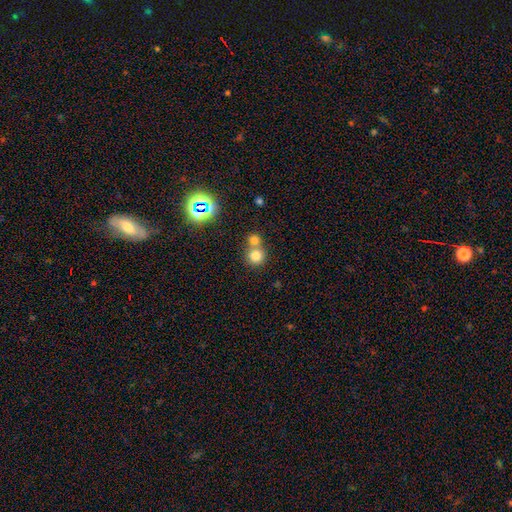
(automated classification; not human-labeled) Overall: smooth (77%). How rounded: round (91%). Merging: none (50%; merger 43%).